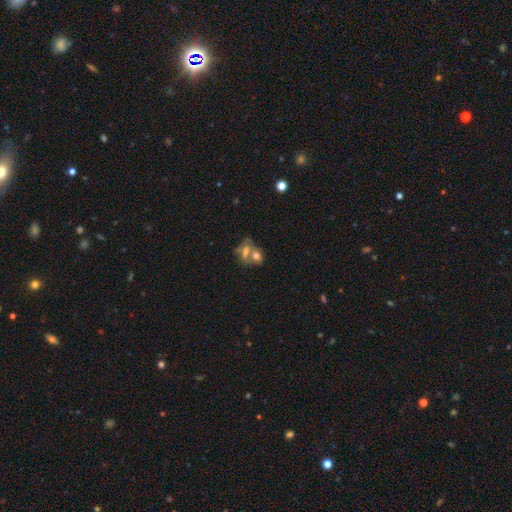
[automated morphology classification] Smooth or featured? smooth (58%)
How rounded? in between (65%)
Merging? merger (61%)